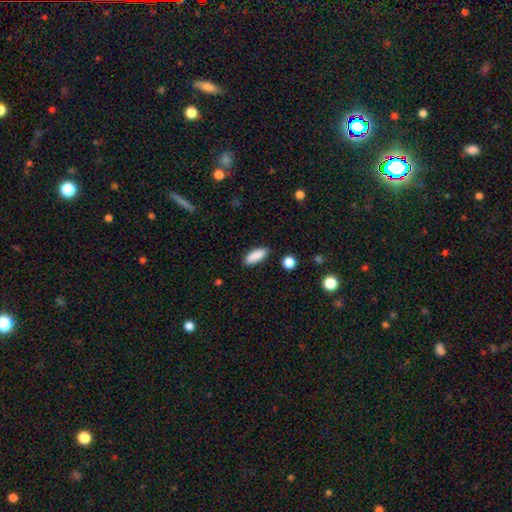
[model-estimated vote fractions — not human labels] smooth 88%, star or artifact 7%, featured or disk 5%. Down the decision tree: how rounded — in between (70%); merging — none (87%).